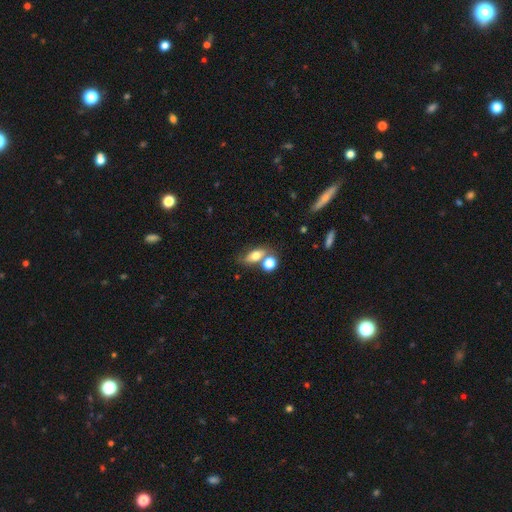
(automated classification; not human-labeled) Smooth or featured? smooth (69%)
How rounded? in between (74%)
Merging? none (53%)